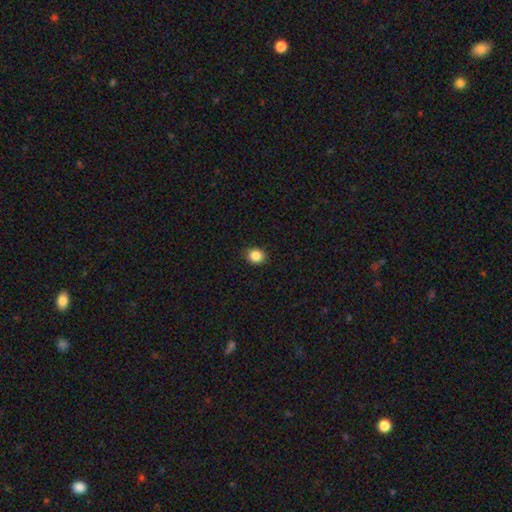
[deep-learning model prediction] Smooth or featured?
  - smooth: 86% *
  - star or artifact: 10%
  - featured or disk: 4%
How rounded?
  - round: 69% *
  - in between: 30%
  - cigar-shaped: 1%
Merging?
  - none: 90% *
  - minor disturbance: 7%
  - major disturbance: 2%
  - merger: 1%